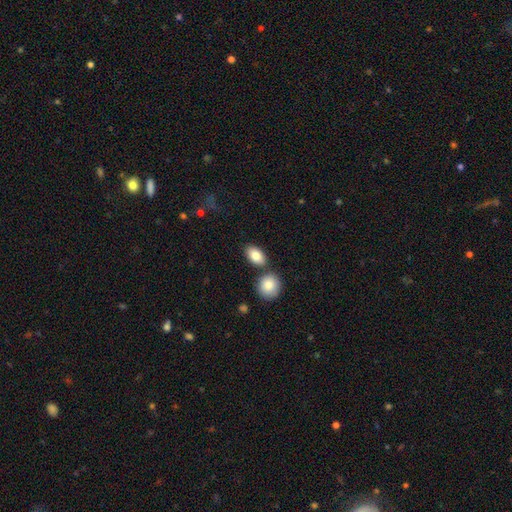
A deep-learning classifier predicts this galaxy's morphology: Q: Smooth or featured?
A: smooth (84%); runner-up: featured or disk (10%)
Q: How rounded?
A: in between (89%); runner-up: round (9%)
Q: Merging?
A: none (72%); runner-up: merger (16%)